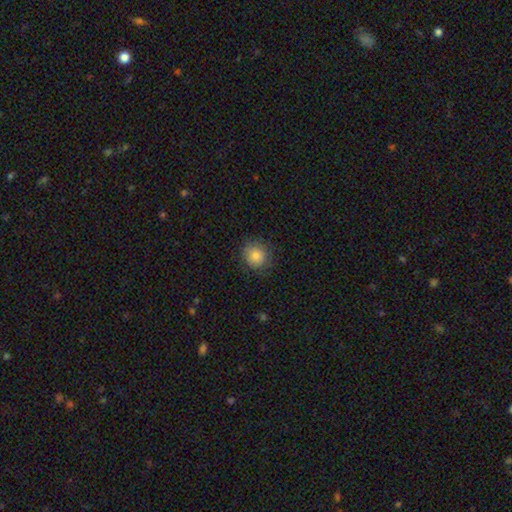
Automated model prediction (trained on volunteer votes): Smooth or featured? smooth (85%)
How rounded? round (90%)
Merging? none (84%)